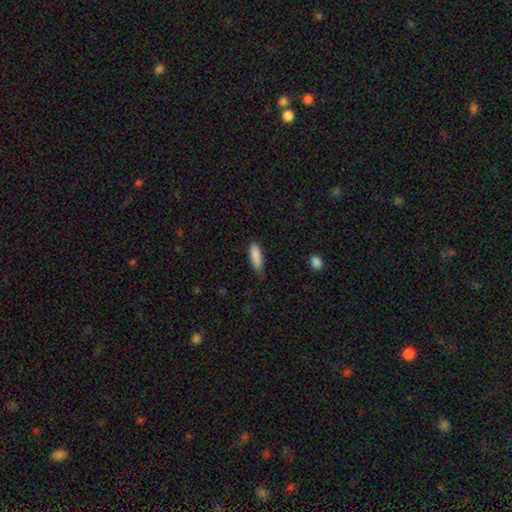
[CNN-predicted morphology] Smooth or featured? Predicted: smooth (p=0.88). How rounded? Predicted: in between (p=0.51). Merging? Predicted: none (p=0.76).